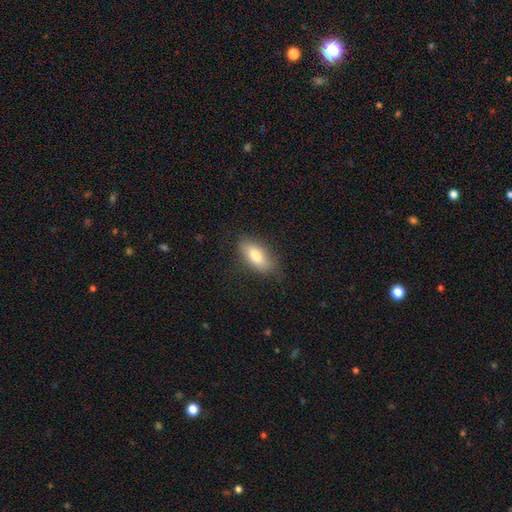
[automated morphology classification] Smooth or featured?
  - smooth: 79% *
  - featured or disk: 15%
  - star or artifact: 7%
How rounded?
  - in between: 84% *
  - cigar-shaped: 13%
  - round: 3%
Merging?
  - none: 77% *
  - minor disturbance: 18%
  - major disturbance: 4%
  - merger: 1%